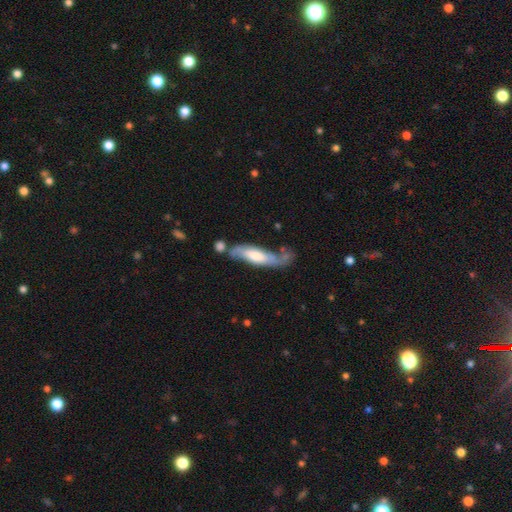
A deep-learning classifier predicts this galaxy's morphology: Smooth or featured: featured or disk — 52% (smooth — 42%)
Edge-on disk: no — 67% (yes — 33%)
Merging: none — 40% (minor disturbance — 25%)